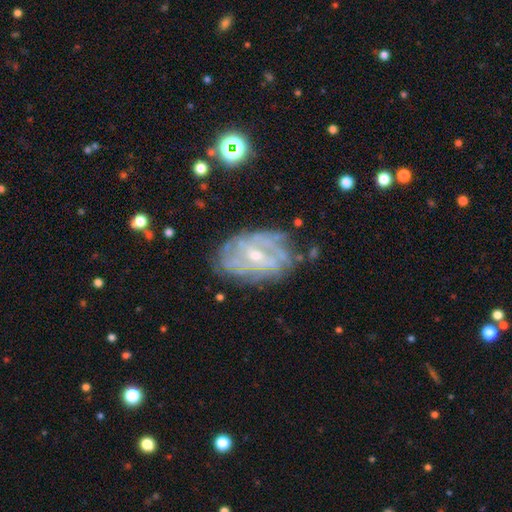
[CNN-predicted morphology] featured or disk 81%, smooth 11%, star or artifact 8%. Down the decision tree: edge-on disk — no (96%); bar — no (49%); spiral arms — yes (84%); spiral arm count — can't tell (54%); spiral winding — tight (62%); bulge size — small (58%); merging — none (69%).